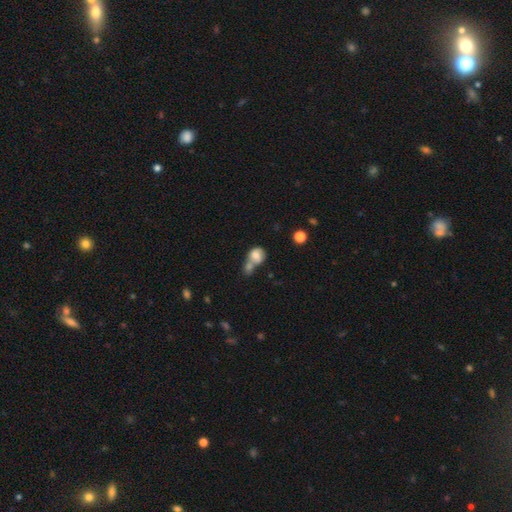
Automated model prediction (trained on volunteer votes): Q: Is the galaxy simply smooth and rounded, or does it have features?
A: smooth — 72%.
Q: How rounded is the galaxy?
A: round — 56%.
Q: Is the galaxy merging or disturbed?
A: merger — 64%.